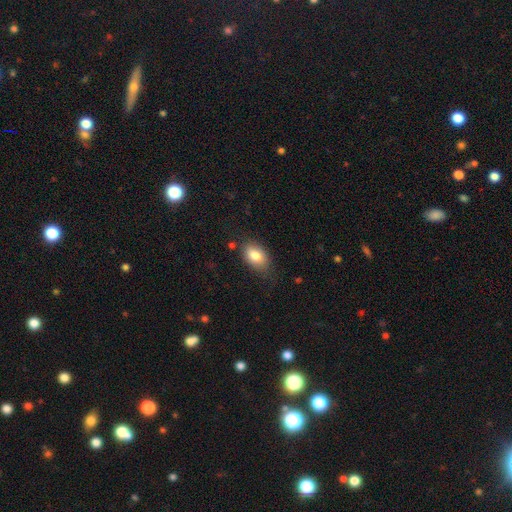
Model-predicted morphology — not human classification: A smooth galaxy with no disk features (82%) that is in between round and cigar-shaped (88%).

Vote fractions:
- Smooth or featured? smooth: 82% / featured or disk: 10% / star or artifact: 8%
- How rounded? in between: 88% / round: 11% / cigar-shaped: 2%
- Merging? none: 73% / minor disturbance: 20% / major disturbance: 5% / merger: 2%